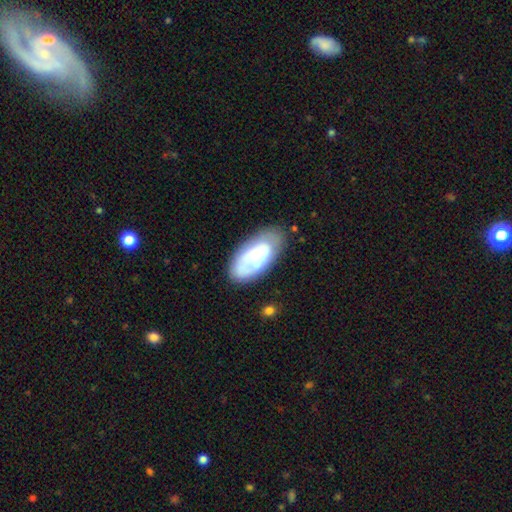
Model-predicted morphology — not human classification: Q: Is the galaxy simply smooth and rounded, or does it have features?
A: smooth — 51%.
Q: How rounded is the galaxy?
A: in between — 92%.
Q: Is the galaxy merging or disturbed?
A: none — 67%.